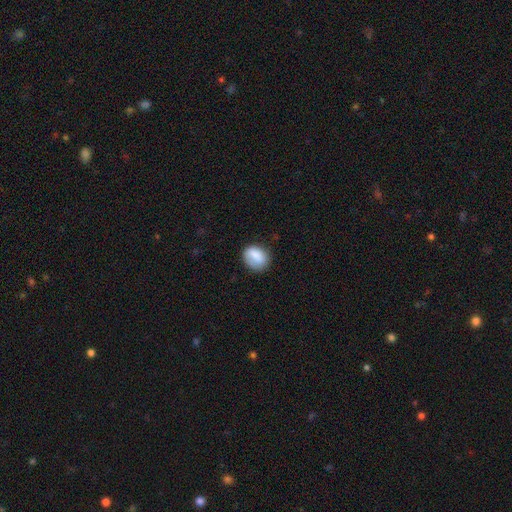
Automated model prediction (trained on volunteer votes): Smooth or featured?
  - smooth: 81% *
  - featured or disk: 12%
  - star or artifact: 7%
How rounded?
  - round: 51% *
  - in between: 48%
  - cigar-shaped: 1%
Merging?
  - none: 73% *
  - minor disturbance: 19%
  - major disturbance: 6%
  - merger: 2%